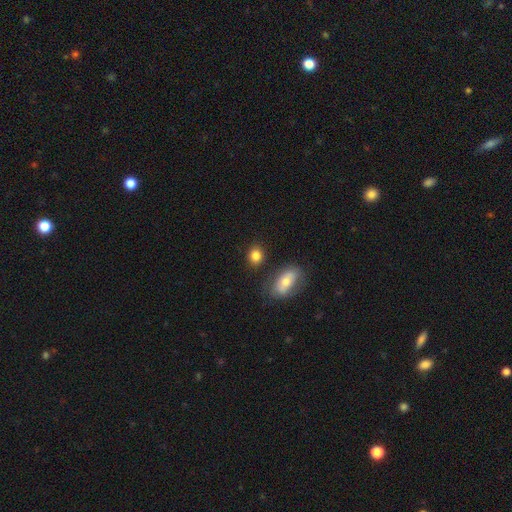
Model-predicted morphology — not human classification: Overall: smooth (84%). How rounded: round (59%; in between 39%). Merging: none (82%).